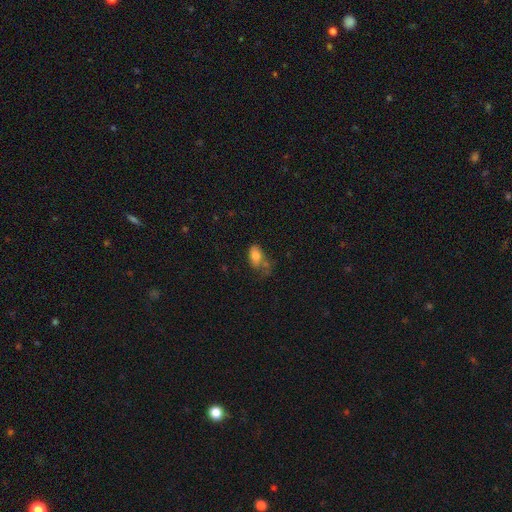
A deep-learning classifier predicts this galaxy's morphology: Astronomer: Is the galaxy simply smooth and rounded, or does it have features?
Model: smooth — 77%.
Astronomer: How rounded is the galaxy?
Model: in between — 89%.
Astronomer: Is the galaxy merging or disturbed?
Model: none — 40% (runner-up: minor disturbance, 29%).